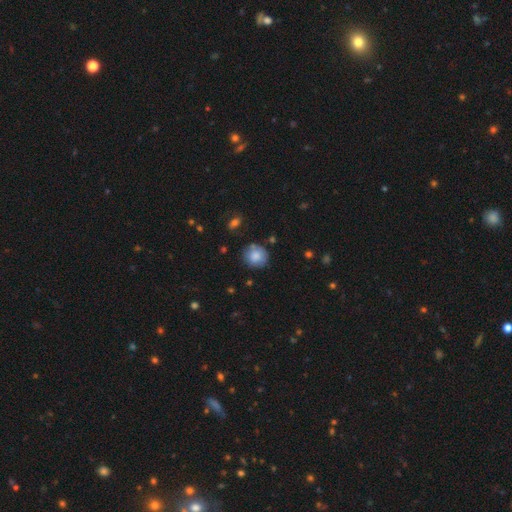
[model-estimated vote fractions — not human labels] This is likely a smooth galaxy (80%). How rounded: clearly round (88%). Merging: likely none (75%).